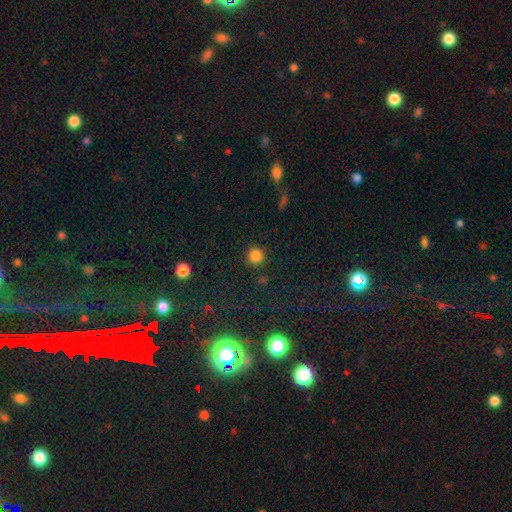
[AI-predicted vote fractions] A smooth galaxy with no disk features (83%) that is round (95%).

Vote fractions:
- Smooth or featured? smooth: 83% / star or artifact: 13% / featured or disk: 4%
- How rounded? round: 95% / in between: 4% / cigar-shaped: 1%
- Merging? none: 90% / minor disturbance: 6% / major disturbance: 2% / merger: 2%